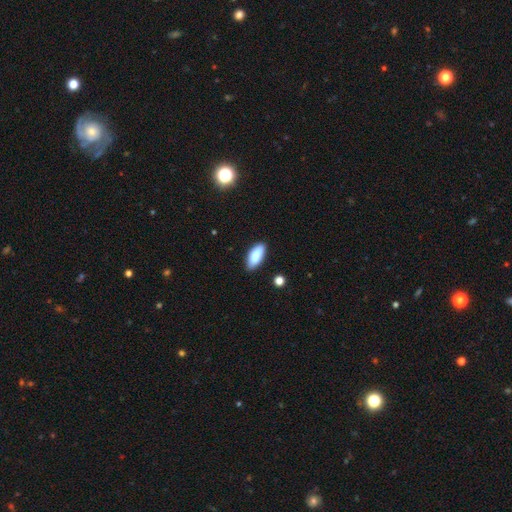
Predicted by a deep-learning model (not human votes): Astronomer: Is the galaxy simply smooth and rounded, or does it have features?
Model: smooth — 84%.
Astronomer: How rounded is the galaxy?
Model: in between — 84%.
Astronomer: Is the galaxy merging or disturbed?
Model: none — 84%.